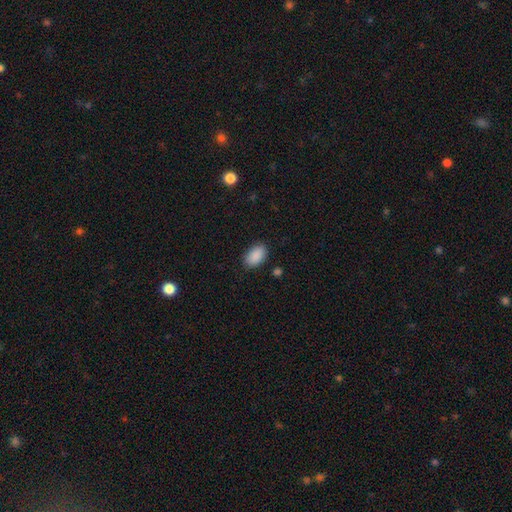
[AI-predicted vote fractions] smooth-or-featured: smooth: 90% | star or artifact: 7% | featured or disk: 3%
  how-rounded: in between: 93% | round: 6% | cigar-shaped: 1%
  merging: none: 86% | minor disturbance: 10% | major disturbance: 3% | merger: 1%